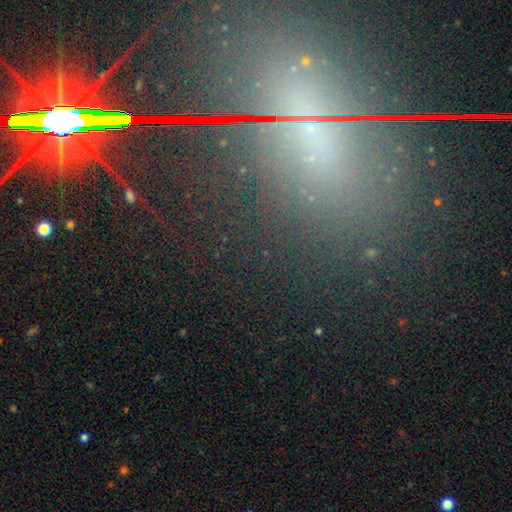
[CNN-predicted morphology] smooth_or_featured: star or artifact (p=0.64) [alt: smooth p=0.21]